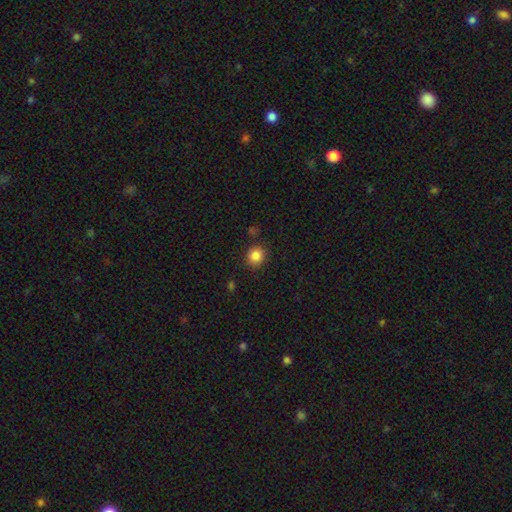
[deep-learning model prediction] Smooth or featured? smooth (85%)
How rounded? round (86%)
Merging? none (86%)